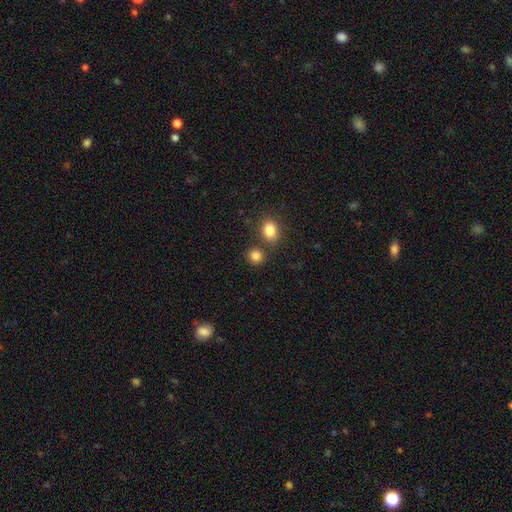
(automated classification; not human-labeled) Smooth or featured? Predicted: smooth (p=0.83). How rounded? Predicted: round (p=0.83). Merging? Predicted: none (p=0.72).